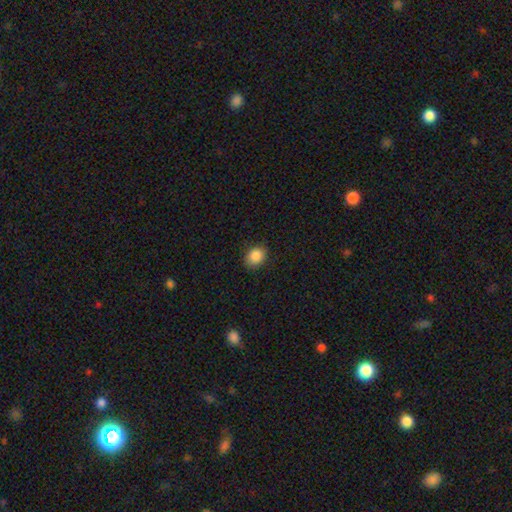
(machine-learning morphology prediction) A smooth galaxy with no disk features (87%) that is round (53%).

Vote fractions:
- Smooth or featured? smooth: 87% / star or artifact: 9% / featured or disk: 4%
- How rounded? round: 53% / in between: 46% / cigar-shaped: 1%
- Merging? none: 85% / minor disturbance: 11% / major disturbance: 2% / merger: 1%